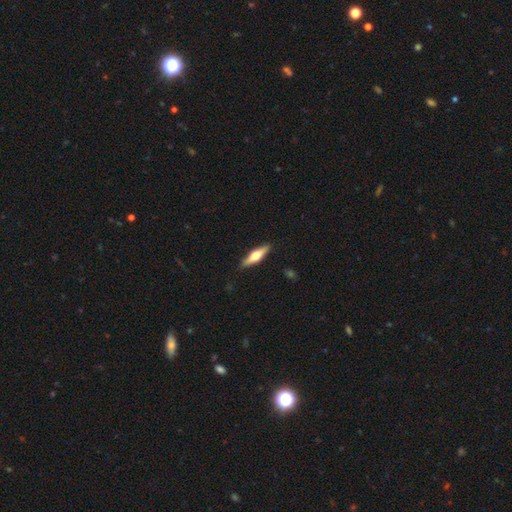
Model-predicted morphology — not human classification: Overall: featured or disk (56%; smooth 39%). Edge-on disk: yes (96%). Edge-on bulge: rounded (93%). Merging: none (89%).